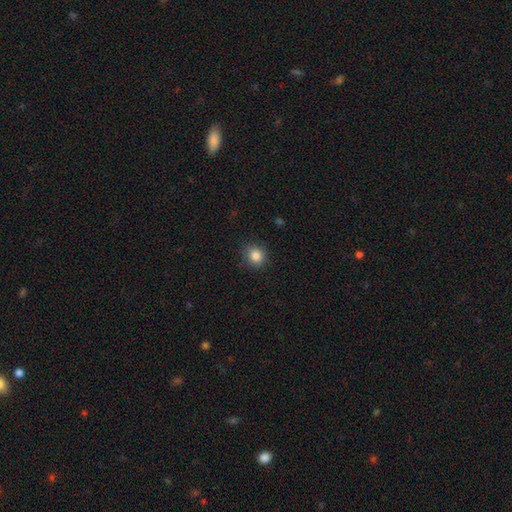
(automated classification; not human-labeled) This is clearly a smooth galaxy (84%). How rounded: clearly round (82%). Merging: clearly none (84%).